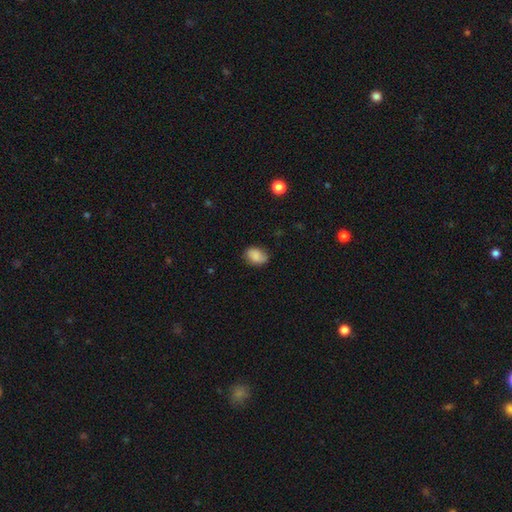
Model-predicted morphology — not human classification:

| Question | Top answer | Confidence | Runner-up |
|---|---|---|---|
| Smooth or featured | smooth | 82% | featured or disk (9%) |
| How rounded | in between | 79% | round (20%) |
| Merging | none | 71% | minor disturbance (23%) |